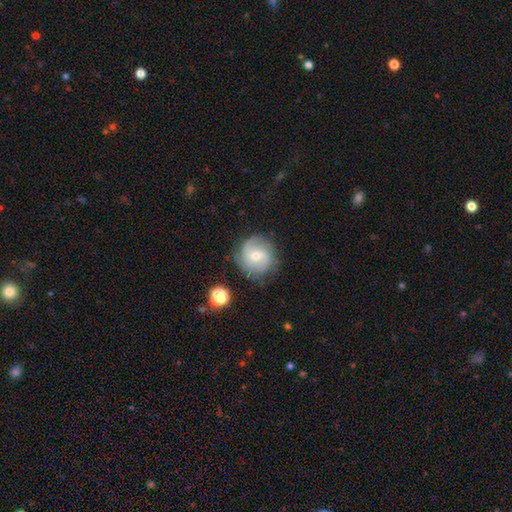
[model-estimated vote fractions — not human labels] Smooth or featured? Predicted: featured or disk (p=0.66). Edge-on disk? Predicted: no (p=0.97). Bar? Predicted: no (p=0.57). Spiral arms? Predicted: yes (p=0.90). Spiral winding? Predicted: medium (p=0.44). Spiral arm count? Predicted: 2 (p=0.55). Bulge size? Predicted: small (p=0.49). Merging? Predicted: none (p=0.75).